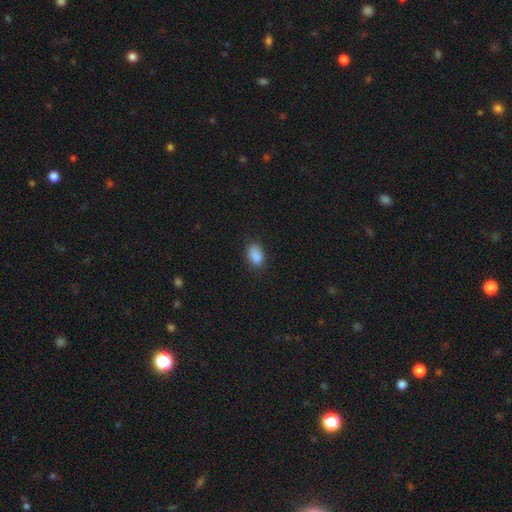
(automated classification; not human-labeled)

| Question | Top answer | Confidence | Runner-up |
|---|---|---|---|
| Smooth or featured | smooth | 88% | star or artifact (9%) |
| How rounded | in between | 88% | round (11%) |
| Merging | none | 78% | minor disturbance (17%) |